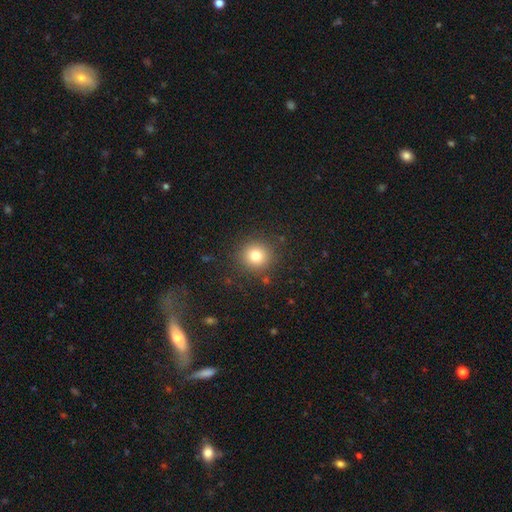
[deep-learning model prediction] Morphology: type=smooth (79%); roundness=round (92%); merging=none (88%).